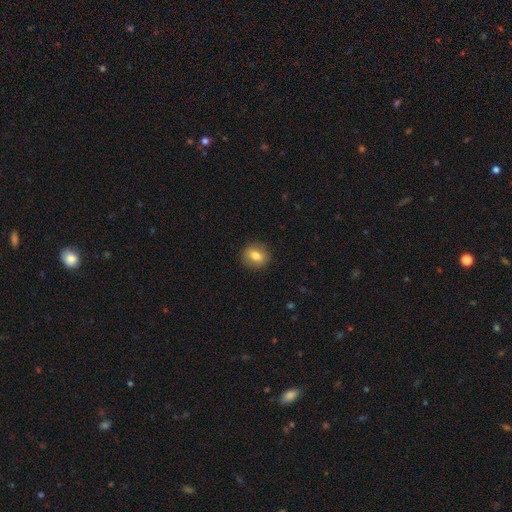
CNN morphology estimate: smooth-or-featured: smooth: 77% | featured or disk: 14% | star or artifact: 9%
  how-rounded: round: 75% | in between: 23% | cigar-shaped: 1%
  merging: none: 89% | minor disturbance: 8% | major disturbance: 2% | merger: 1%